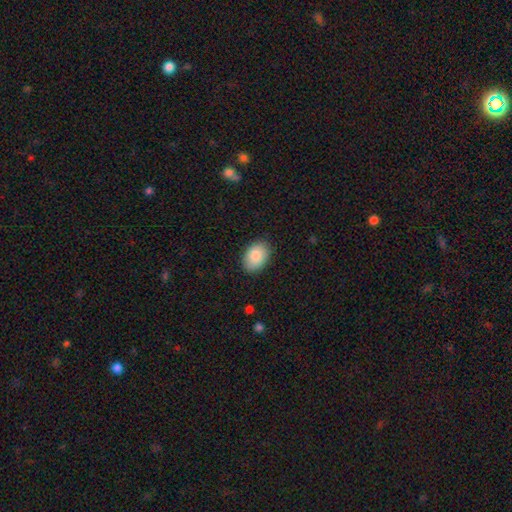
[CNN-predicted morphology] Q: Smooth or featured?
A: smooth (88%); runner-up: star or artifact (6%)
Q: How rounded?
A: in between (86%); runner-up: round (13%)
Q: Merging?
A: none (88%); runner-up: minor disturbance (9%)